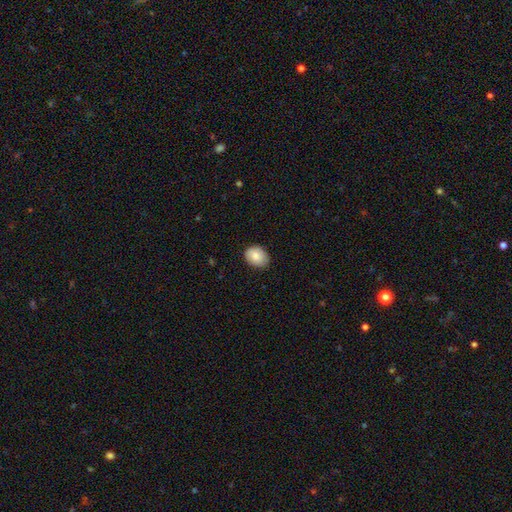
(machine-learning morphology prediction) Q: Smooth or featured?
A: smooth (85%); runner-up: featured or disk (8%)
Q: How rounded?
A: in between (58%); runner-up: round (41%)
Q: Merging?
A: none (84%); runner-up: minor disturbance (13%)